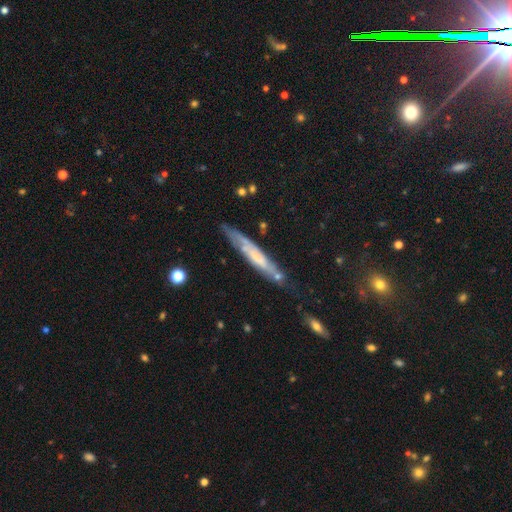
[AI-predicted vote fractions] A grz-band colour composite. It shows a featured or disk galaxy (56%) viewed edge-on (72%). Merging: none (67%).